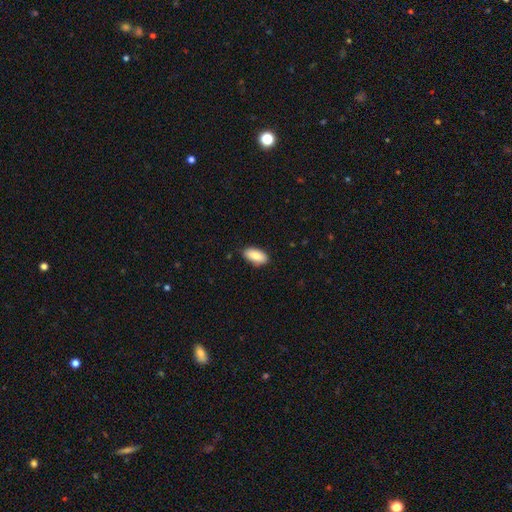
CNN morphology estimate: type=smooth (84%); roundness=in between (91%); merging=none (86%).